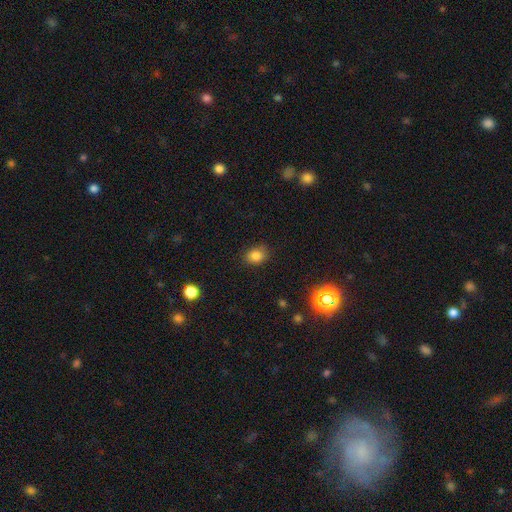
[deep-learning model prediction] Q: Smooth or featured?
A: smooth (82%); runner-up: star or artifact (13%)
Q: How rounded?
A: in between (56%); runner-up: round (43%)
Q: Merging?
A: none (79%); runner-up: minor disturbance (16%)